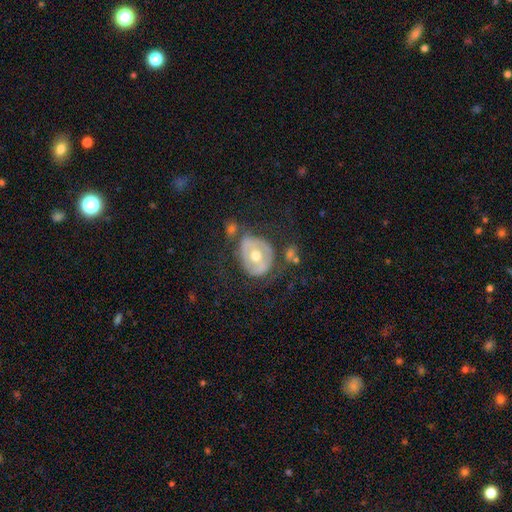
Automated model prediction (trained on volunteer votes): This is likely a featured or disk galaxy (62%). It is clearly not viewed edge-on (95%). Bar: possibly no (47%). Spiral arm pattern: likely no (63%). Central bulge: likely moderate (75%). Merging: possibly none (50%).